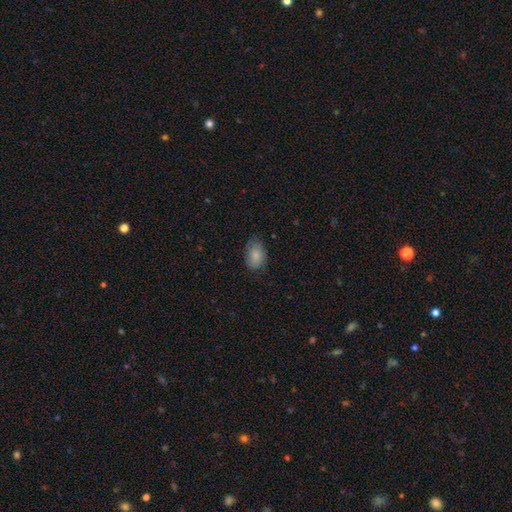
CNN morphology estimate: Smooth or featured? Predicted: smooth (p=0.85). How rounded? Predicted: in between (p=0.85). Merging? Predicted: none (p=0.73).